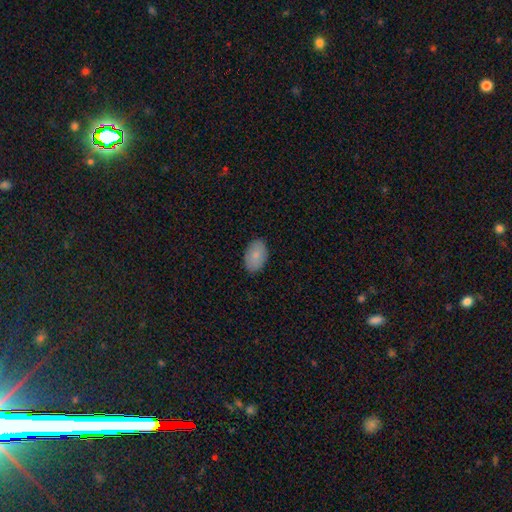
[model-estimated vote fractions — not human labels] smooth 84%, featured or disk 9%, star or artifact 7%. Down the decision tree: how rounded — in between (90%); merging — none (87%).